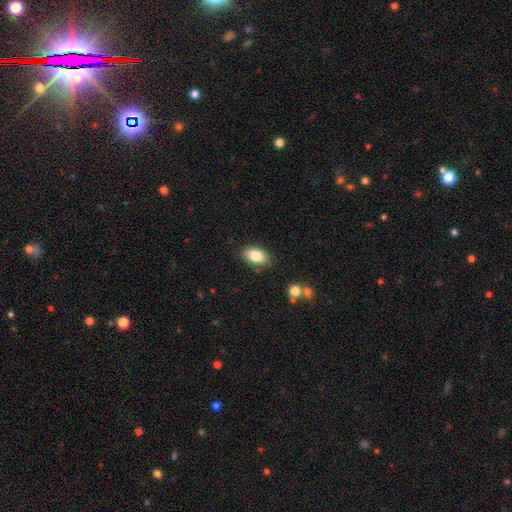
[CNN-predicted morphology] Smooth or featured? smooth (83%)
How rounded? in between (90%)
Merging? none (82%)